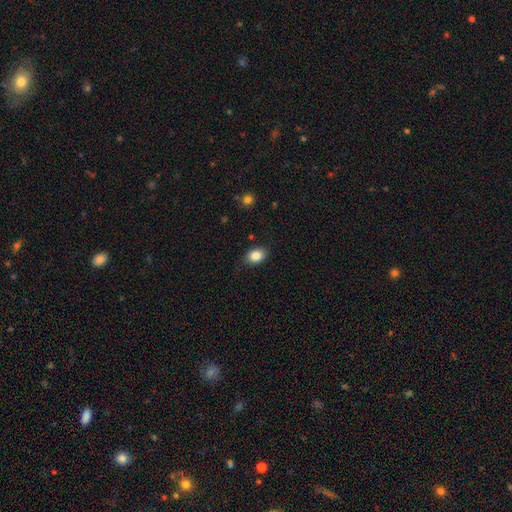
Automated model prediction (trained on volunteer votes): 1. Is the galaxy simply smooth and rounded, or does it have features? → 85% smooth, 9% star or artifact, 6% featured or disk.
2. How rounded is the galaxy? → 74% in between, 25% round, 1% cigar-shaped.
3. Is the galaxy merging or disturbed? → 82% none, 14% minor disturbance, 3% major disturbance, 1% merger.